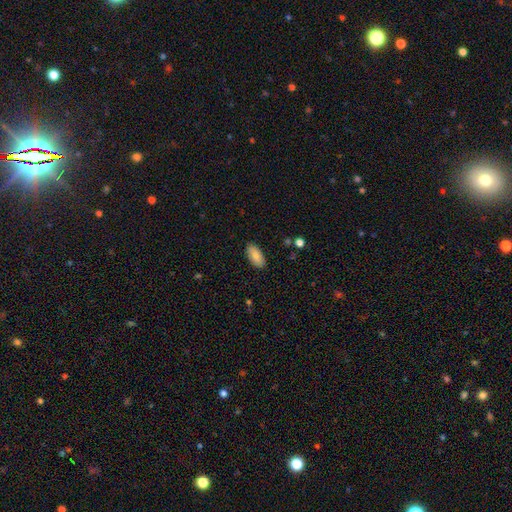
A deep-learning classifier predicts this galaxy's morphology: This appears to be a smooth galaxy with no disk features (83%) that is in between round and cigar-shaped (91%). Merging: none (89%).